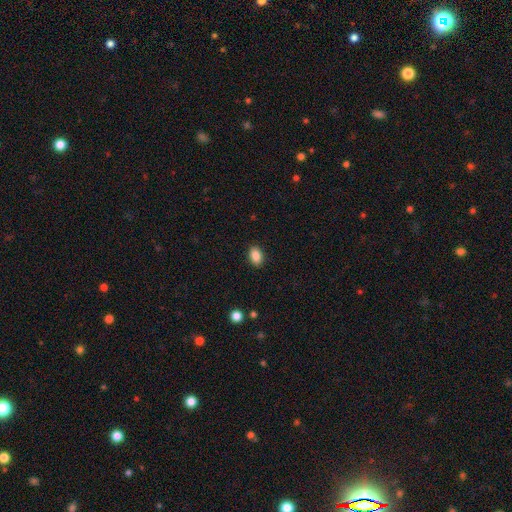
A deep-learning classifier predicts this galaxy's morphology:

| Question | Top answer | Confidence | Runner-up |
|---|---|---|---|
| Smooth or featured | smooth | 86% | star or artifact (9%) |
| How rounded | in between | 81% | round (18%) |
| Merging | none | 89% | minor disturbance (8%) |